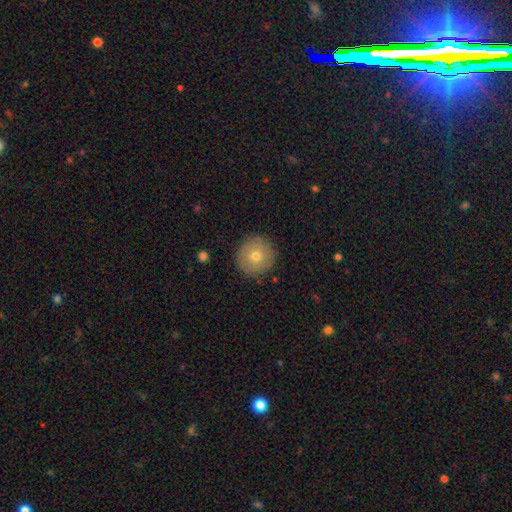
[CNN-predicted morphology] A smooth galaxy with no disk features (71%) that is round (94%). Merging: none (89%).